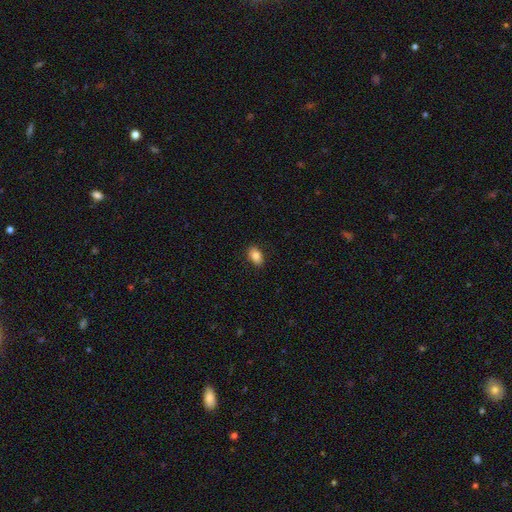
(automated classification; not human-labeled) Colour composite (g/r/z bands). It shows a smooth galaxy with no disk features (84%) that is in between round and cigar-shaped (87%). Merging: none (87%).